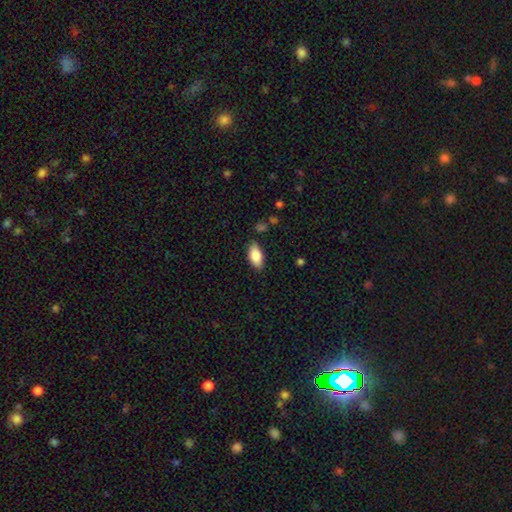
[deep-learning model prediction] This appears to be a smooth galaxy with no disk features (83%) that is in between round and cigar-shaped (90%). Merging: none (83%).